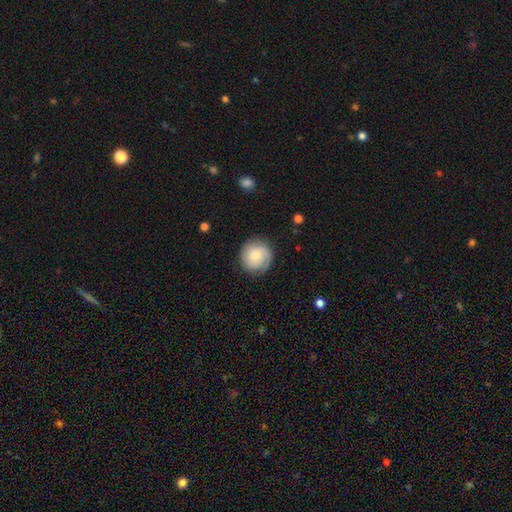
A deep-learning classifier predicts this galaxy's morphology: Smooth or featured?
  - smooth: 56% *
  - featured or disk: 37%
  - star or artifact: 7%
How rounded?
  - round: 91% *
  - in between: 8%
  - cigar-shaped: 1%
Merging?
  - none: 81% *
  - minor disturbance: 13%
  - major disturbance: 4%
  - merger: 1%